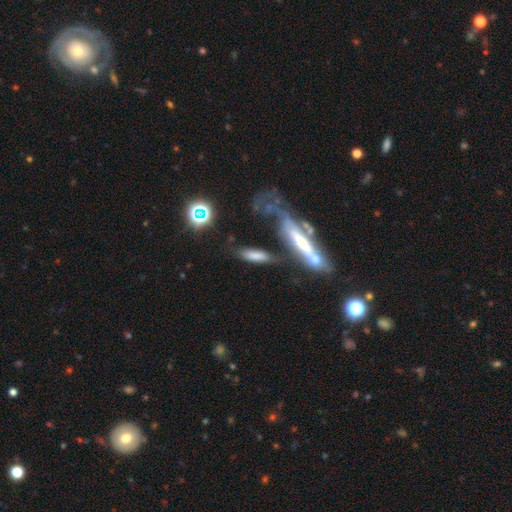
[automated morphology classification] This appears to be a smooth galaxy with no disk features (67%) that is cigar-shaped (56%). Merging: none (46%).